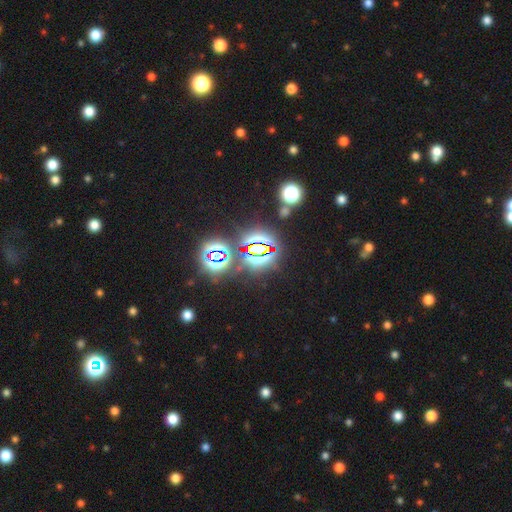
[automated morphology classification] The model was most divided on "smooth or featured": star or artifact: 75%, smooth: 18%, featured or disk: 7%.